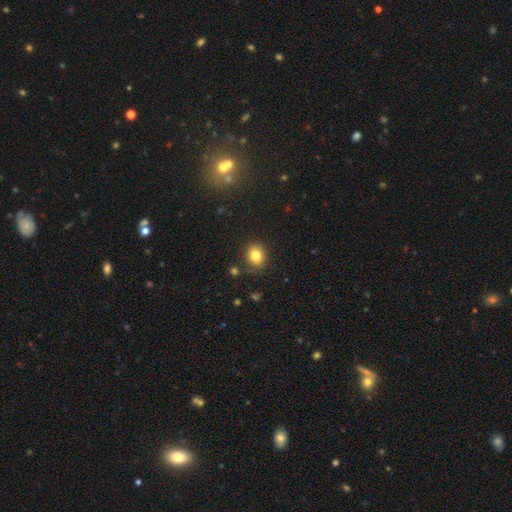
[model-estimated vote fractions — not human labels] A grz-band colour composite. It shows a smooth galaxy with no disk features (82%) that is round (64%). Merging: none (84%).